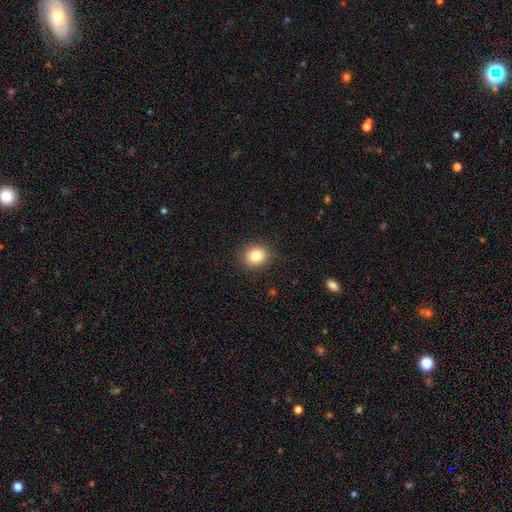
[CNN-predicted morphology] This is clearly a smooth galaxy (83%). How rounded: likely round (73%). Merging: clearly none (90%).